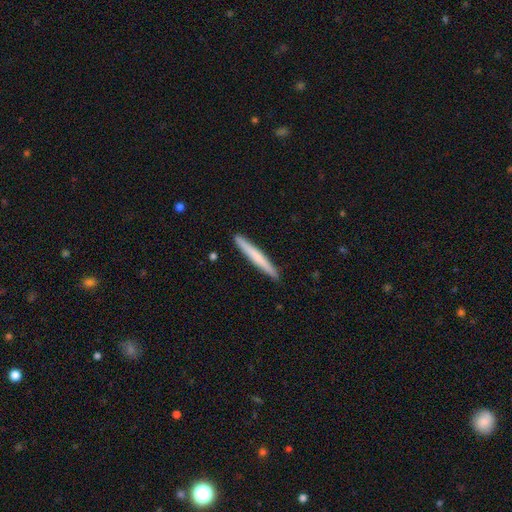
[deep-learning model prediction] A smooth galaxy with no disk features (62%) that is cigar-shaped (97%). Merging: none (92%).